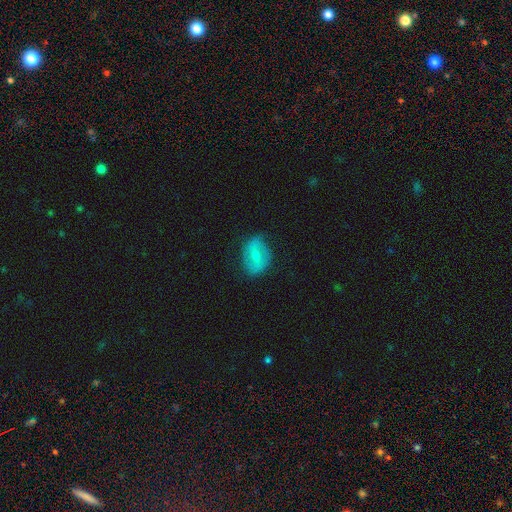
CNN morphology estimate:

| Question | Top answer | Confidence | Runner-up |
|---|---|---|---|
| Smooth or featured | smooth | 50% | featured or disk (43%) |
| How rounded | in between | 72% | round (26%) |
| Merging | none | 70% | minor disturbance (22%) |